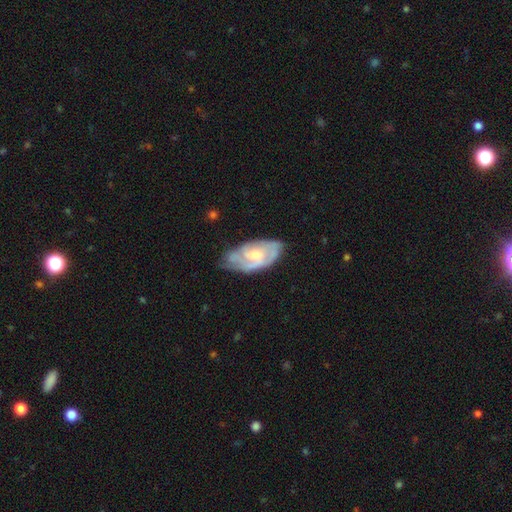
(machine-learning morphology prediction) Smooth or featured? Predicted: featured or disk (p=0.73). Edge-on disk? Predicted: no (p=0.94). Bar? Predicted: no (p=0.61). Spiral arms? Predicted: yes (p=0.86). Spiral winding? Predicted: tight (p=0.52). Spiral arm count? Predicted: can't tell (p=0.38). Bulge size? Predicted: moderate (p=0.54). Merging? Predicted: none (p=0.56).